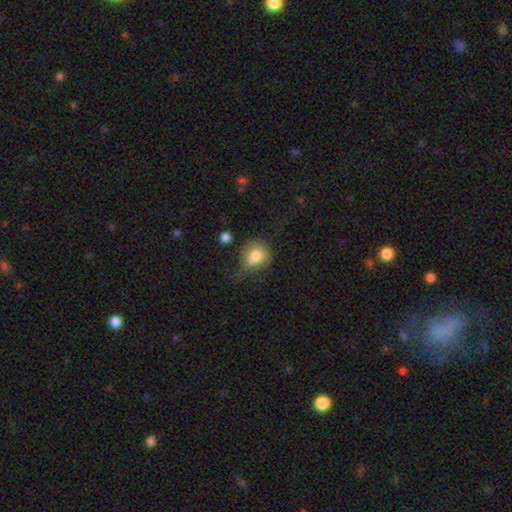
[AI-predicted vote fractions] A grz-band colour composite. It shows a smooth galaxy with no disk features (76%) that is round (72%). Merging: none (36%).